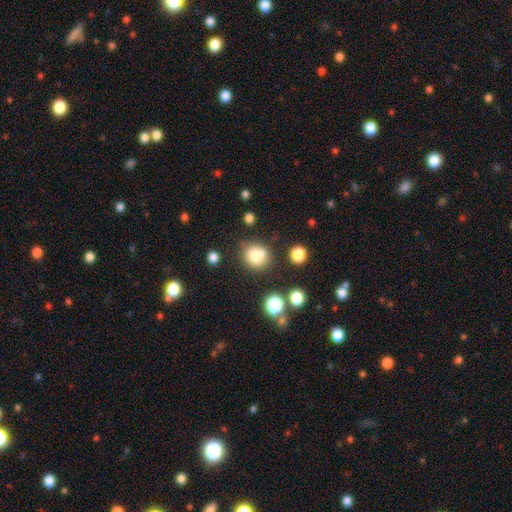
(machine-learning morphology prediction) A smooth galaxy with no disk features (76%) that is round (81%). Merging: none (67%).